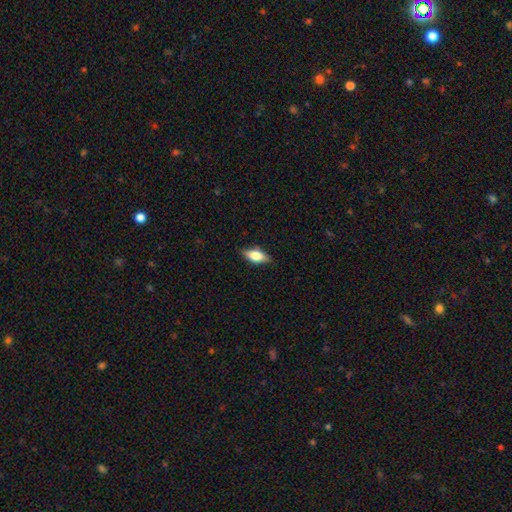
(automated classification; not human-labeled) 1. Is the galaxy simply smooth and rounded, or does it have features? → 62% smooth, 31% featured or disk, 7% star or artifact.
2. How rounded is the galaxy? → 80% in between, 16% cigar-shaped, 4% round.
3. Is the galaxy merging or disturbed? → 83% none, 13% minor disturbance, 3% major disturbance, 1% merger.